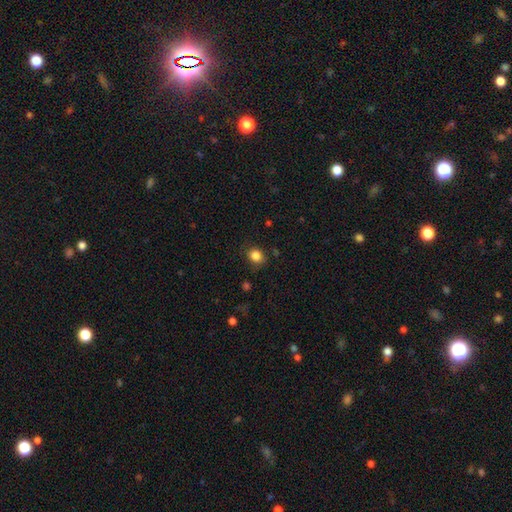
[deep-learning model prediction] This appears to be a smooth galaxy with no disk features (85%) that is round (71%). Merging: none (82%).